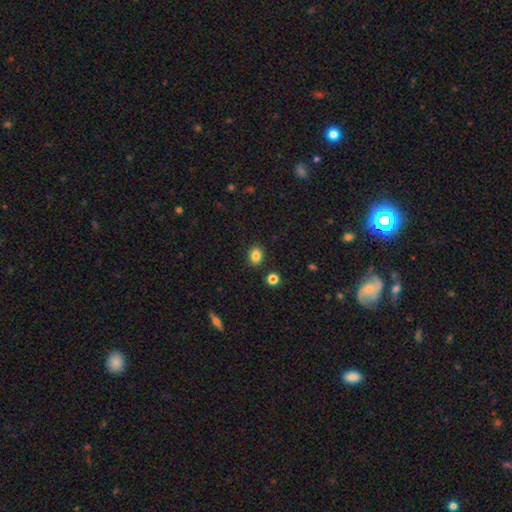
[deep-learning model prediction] This appears to be a smooth galaxy with no disk features (84%) that is in between round and cigar-shaped (62%). Merging: none (87%).